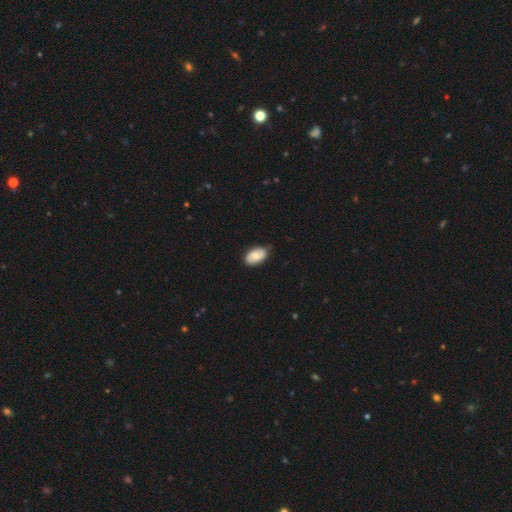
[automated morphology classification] Overall: smooth (60%; featured or disk 34%). How rounded: in between (92%). Merging: none (76%).